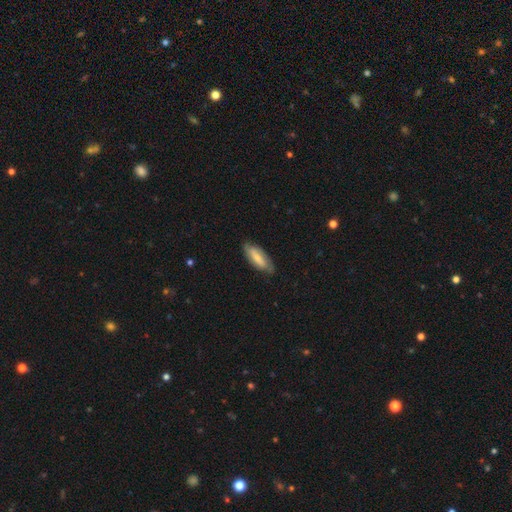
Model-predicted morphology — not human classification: Q: Smooth or featured?
A: smooth (57%); runner-up: featured or disk (36%)
Q: How rounded?
A: in between (64%); runner-up: cigar-shaped (34%)
Q: Merging?
A: none (79%); runner-up: minor disturbance (17%)